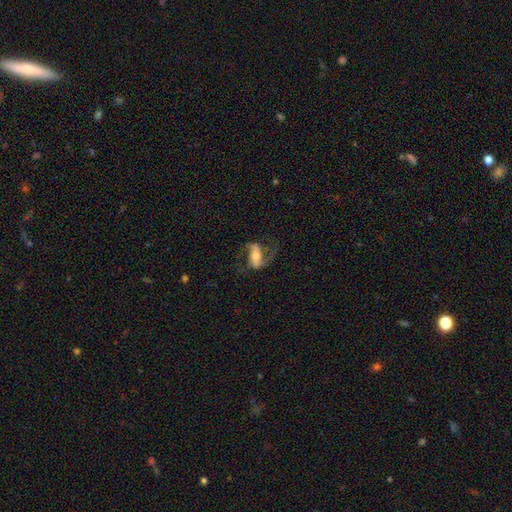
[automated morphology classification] type=featured or disk (77%); edge-on=no (93%); bar=strong (48%); spiral arms=yes (91%); winding=loose (53%); arm count=2 (88%); bulge=moderate (53%); merging=none (62%).